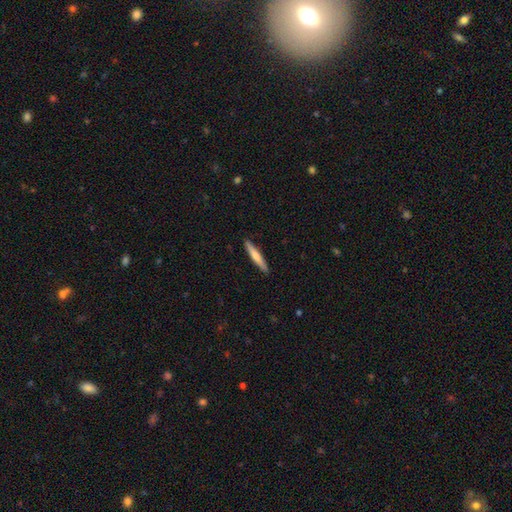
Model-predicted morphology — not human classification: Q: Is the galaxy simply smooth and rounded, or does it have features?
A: smooth — 58%.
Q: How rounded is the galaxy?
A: cigar-shaped — 94%.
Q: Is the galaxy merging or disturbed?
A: none — 91%.